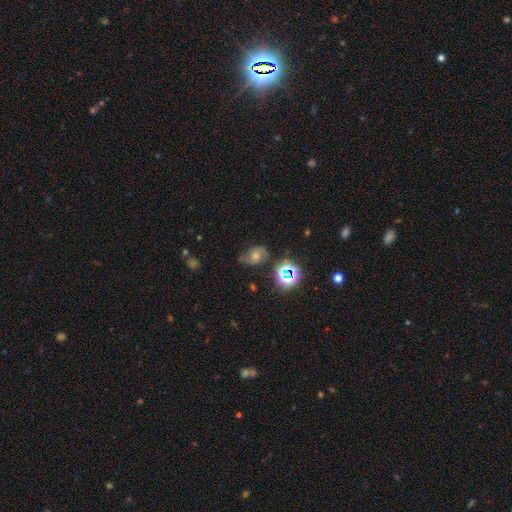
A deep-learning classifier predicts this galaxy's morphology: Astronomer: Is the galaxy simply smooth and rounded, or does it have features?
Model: featured or disk — 43% (runner-up: star or artifact, 32%).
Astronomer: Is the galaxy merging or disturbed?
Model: none — 63%.